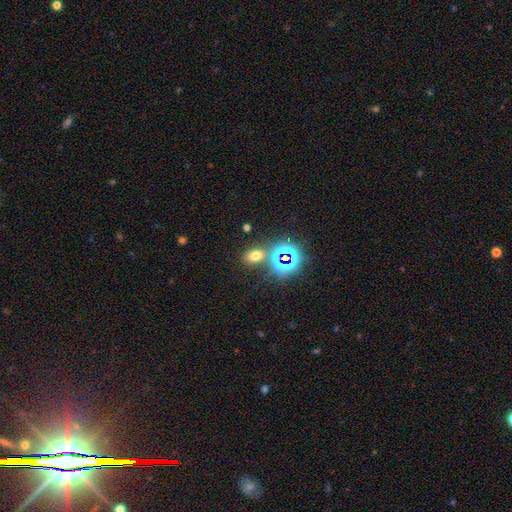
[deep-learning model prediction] smooth-or-featured: smooth: 59% | star or artifact: 33% | featured or disk: 8%
  how-rounded: in between: 70% | round: 28% | cigar-shaped: 2%
  merging: none: 74% | merger: 12% | minor disturbance: 10% | major disturbance: 4%